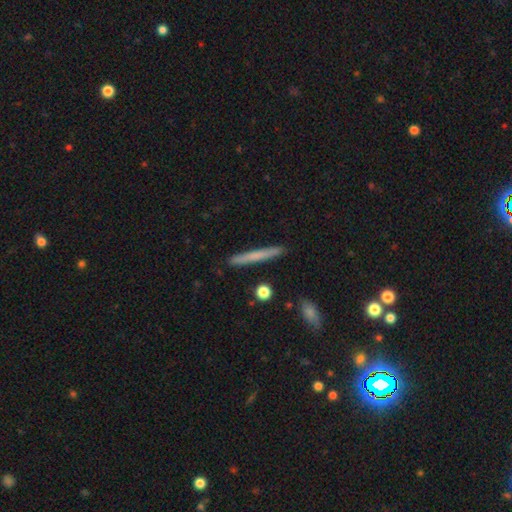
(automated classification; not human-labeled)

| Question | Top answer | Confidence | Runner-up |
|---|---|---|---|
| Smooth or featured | smooth | 62% | featured or disk (31%) |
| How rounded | cigar-shaped | 96% | in between (2%) |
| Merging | none | 91% | minor disturbance (6%) |